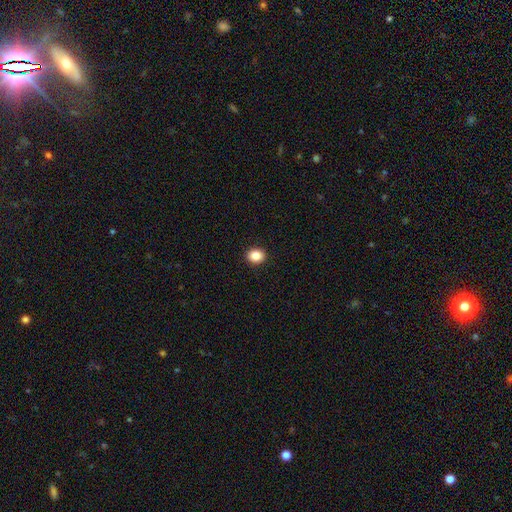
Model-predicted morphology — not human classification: smooth_or_featured: smooth (p=0.86) [alt: star or artifact p=0.10]
how_rounded: round (p=0.66) [alt: in between p=0.33]
merging: none (p=0.93) [alt: minor disturbance p=0.05]